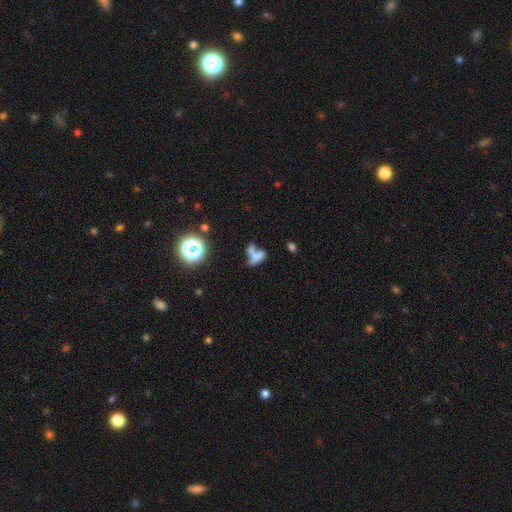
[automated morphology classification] Q: Smooth or featured?
A: smooth (52%); runner-up: featured or disk (28%)
Q: How rounded?
A: in between (69%); runner-up: round (17%)
Q: Merging?
A: merger (50%); runner-up: none (22%)